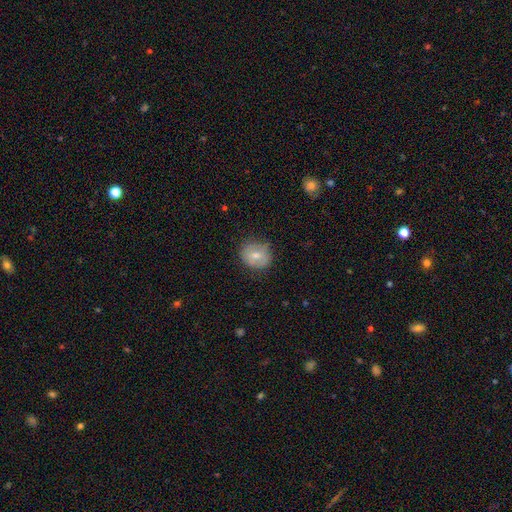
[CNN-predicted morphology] A smooth galaxy with no disk features (68%) that is round (68%).

Vote fractions:
- Smooth or featured? smooth: 68% / featured or disk: 24% / star or artifact: 8%
- How rounded? round: 68% / in between: 31% / cigar-shaped: 1%
- Merging? none: 68% / minor disturbance: 24% / major disturbance: 6% / merger: 1%